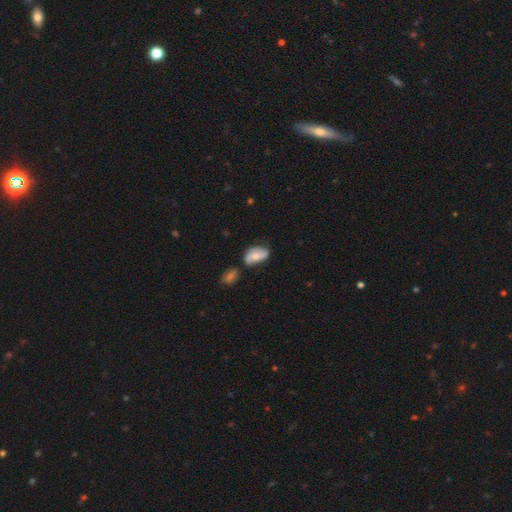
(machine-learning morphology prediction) smooth_or_featured: smooth (p=0.47) [alt: featured or disk p=0.46]
merging: none (p=0.49) [alt: minor disturbance p=0.28]